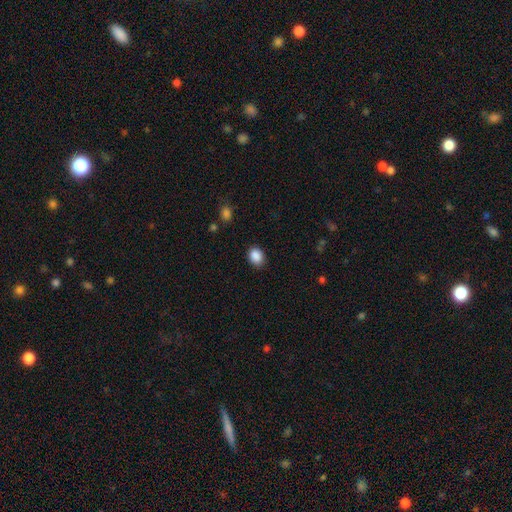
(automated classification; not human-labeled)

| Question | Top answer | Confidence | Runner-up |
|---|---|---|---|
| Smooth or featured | smooth | 88% | star or artifact (9%) |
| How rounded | in between | 51% | round (48%) |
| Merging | none | 84% | minor disturbance (12%) |